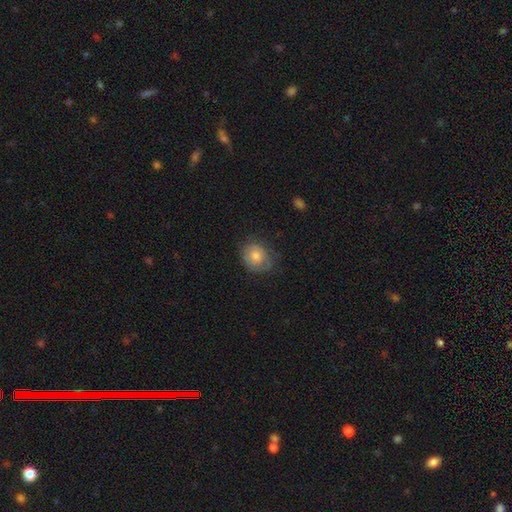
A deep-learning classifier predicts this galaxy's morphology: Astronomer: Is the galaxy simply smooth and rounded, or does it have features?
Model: smooth — 60%.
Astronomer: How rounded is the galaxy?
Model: round — 68%.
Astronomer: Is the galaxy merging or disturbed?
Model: none — 70%.